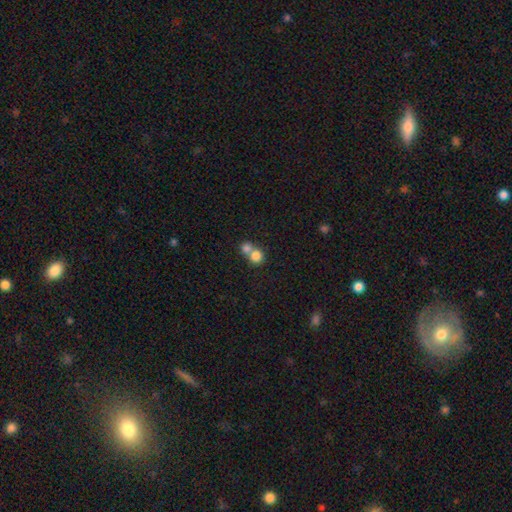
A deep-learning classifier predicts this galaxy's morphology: A smooth galaxy with no disk features (80%) that is round (86%).

Vote fractions:
- Smooth or featured? smooth: 80% / featured or disk: 10% / star or artifact: 10%
- How rounded? round: 86% / in between: 13% / cigar-shaped: 1%
- Merging? merger: 57% / none: 36% / minor disturbance: 5% / major disturbance: 2%